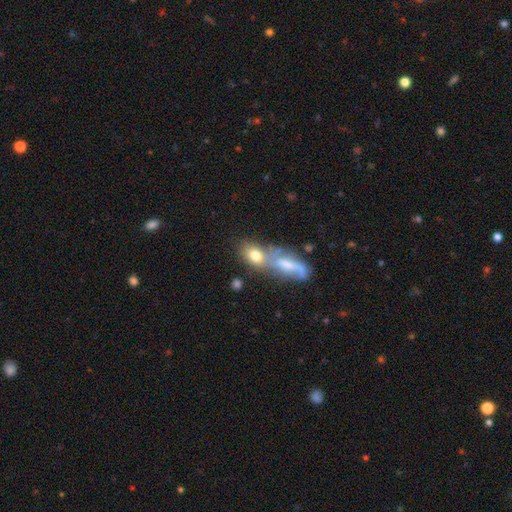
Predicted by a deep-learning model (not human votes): Smooth or featured? Predicted: smooth (p=0.70). How rounded? Predicted: in between (p=0.77). Merging? Predicted: merger (p=0.55).